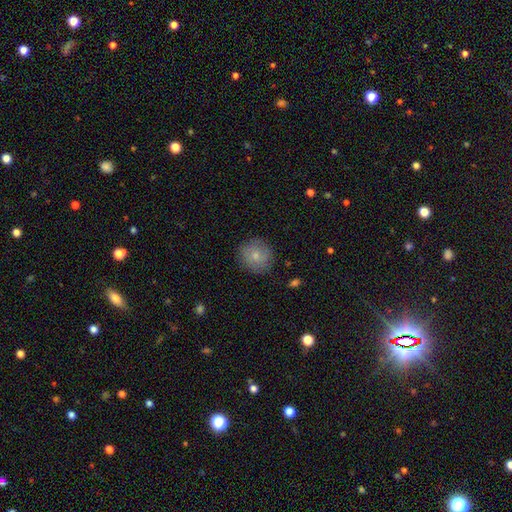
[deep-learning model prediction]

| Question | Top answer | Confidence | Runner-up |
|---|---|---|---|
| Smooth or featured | smooth | 72% | featured or disk (21%) |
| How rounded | round | 90% | in between (9%) |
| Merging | none | 82% | minor disturbance (13%) |